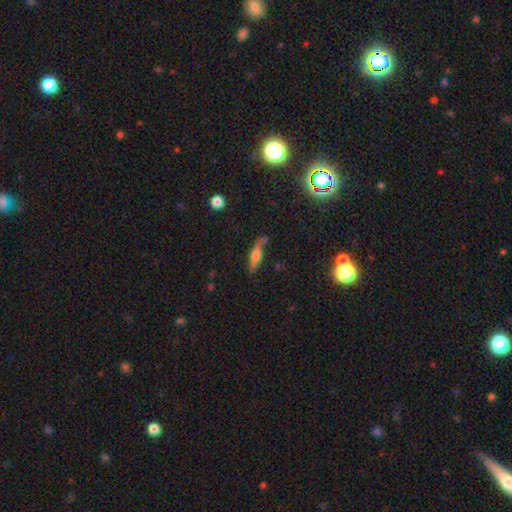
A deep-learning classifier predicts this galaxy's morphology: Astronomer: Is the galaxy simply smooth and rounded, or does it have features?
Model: smooth — 49% (runner-up: featured or disk, 41%).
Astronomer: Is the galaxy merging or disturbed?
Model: none — 61%.